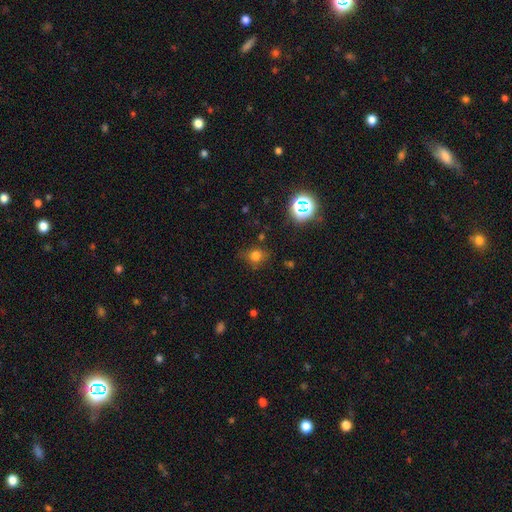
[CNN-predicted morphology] The model was most divided on "smooth or featured": smooth: 72%, star or artifact: 21%, featured or disk: 8%. More confident: how rounded — round (75%); merging — none (71%).